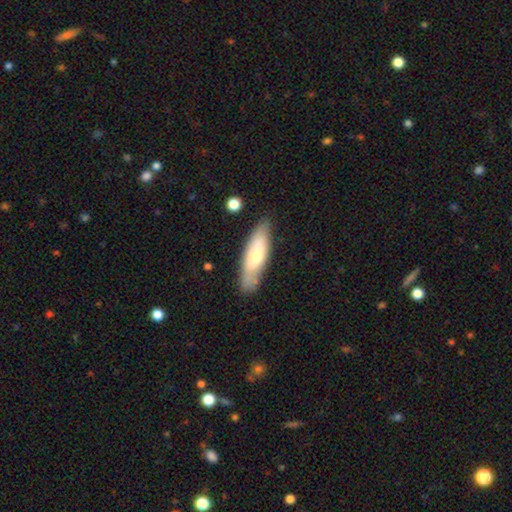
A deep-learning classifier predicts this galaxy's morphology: A smooth galaxy with no disk features (59%) that is cigar-shaped (52%).

Vote fractions:
- Smooth or featured? smooth: 59% / featured or disk: 35% / star or artifact: 6%
- How rounded? cigar-shaped: 52% / in between: 46% / round: 2%
- Merging? none: 79% / minor disturbance: 15% / major disturbance: 3% / merger: 3%